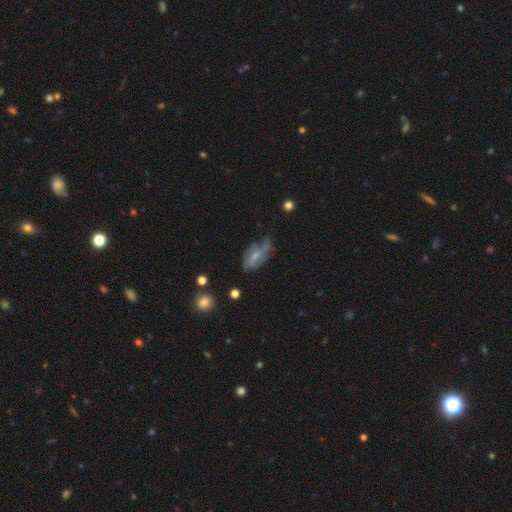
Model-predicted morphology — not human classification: This is possibly a featured or disk galaxy (57%). It is clearly not viewed edge-on (90%). Bar: marginally weak (44%). Spiral arm pattern: likely yes (71%). Central bulge: possibly small (50%). Merging: marginally none (44%).